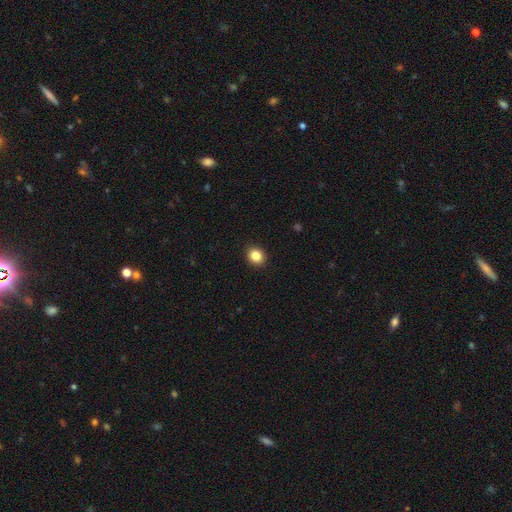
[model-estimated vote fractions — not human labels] Smooth or featured: smooth — 85% (star or artifact — 10%)
How rounded: round — 72% (in between — 27%)
Merging: none — 92% (minor disturbance — 5%)